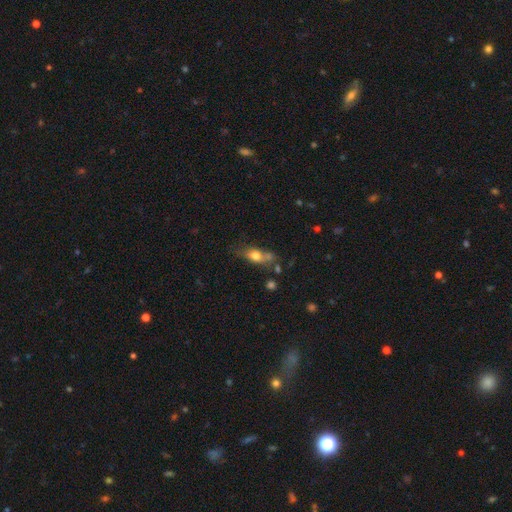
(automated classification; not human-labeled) A smooth galaxy with no disk features (68%) that is in between round and cigar-shaped (66%). Merging: none (45%).